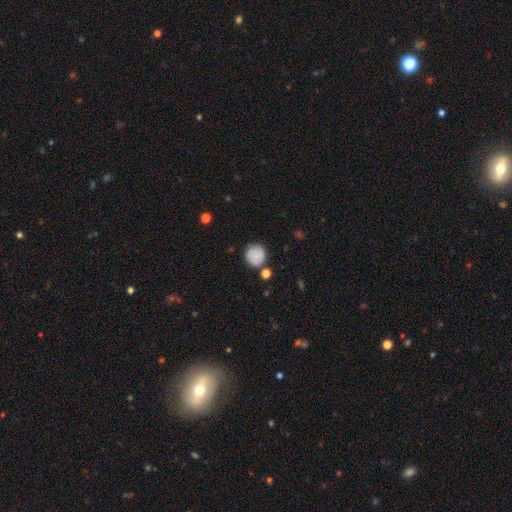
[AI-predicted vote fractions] The model was most divided on "merging": none: 77%, minor disturbance: 13%, merger: 7%, major disturbance: 3%. More confident: how rounded — round (92%); smooth or featured — smooth (78%).